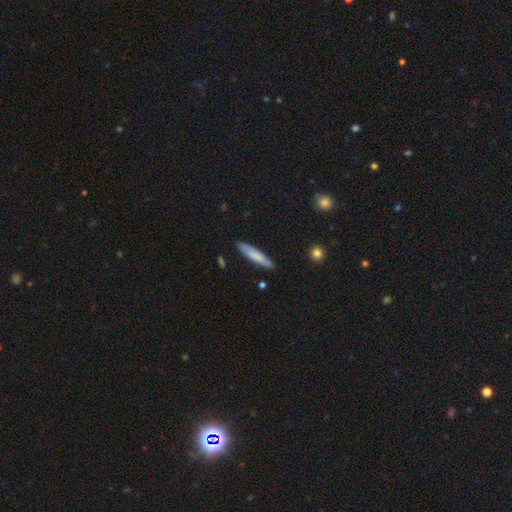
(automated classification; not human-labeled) Smooth or featured? Predicted: smooth (p=0.76). How rounded? Predicted: cigar-shaped (p=0.87). Merging? Predicted: none (p=0.87).